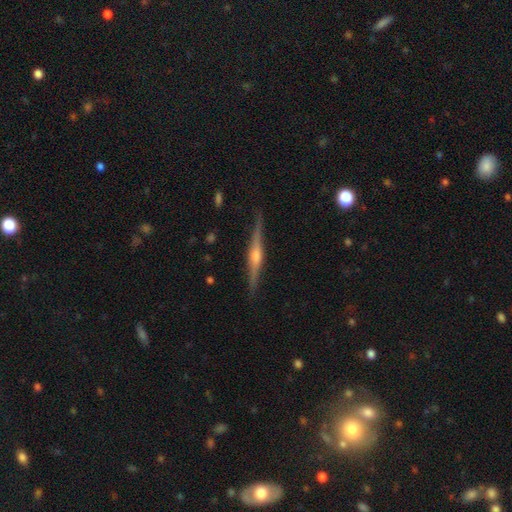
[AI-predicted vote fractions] smooth-or-featured: featured or disk: 82% | smooth: 13% | star or artifact: 6%
  disk-edge-on: yes: 98% | no: 2%
    edge-on-bulge: rounded: 85% | boxy: 10% | none: 5%
  merging: none: 88% | minor disturbance: 9% | major disturbance: 2% | merger: 1%